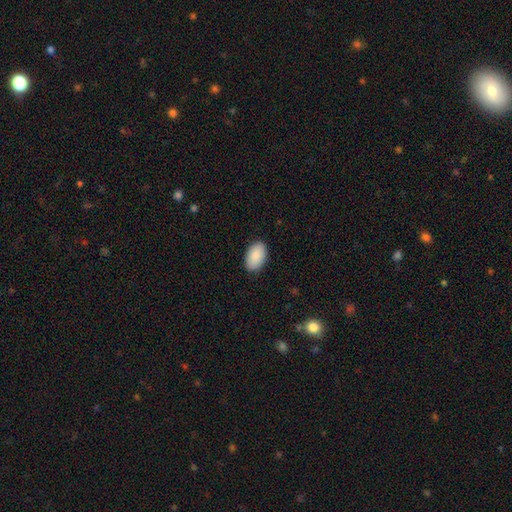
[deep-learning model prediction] The model was most divided on "merging": none: 89%, minor disturbance: 8%, major disturbance: 2%, merger: 1%. More confident: how rounded — in between (94%); smooth or featured — smooth (90%).